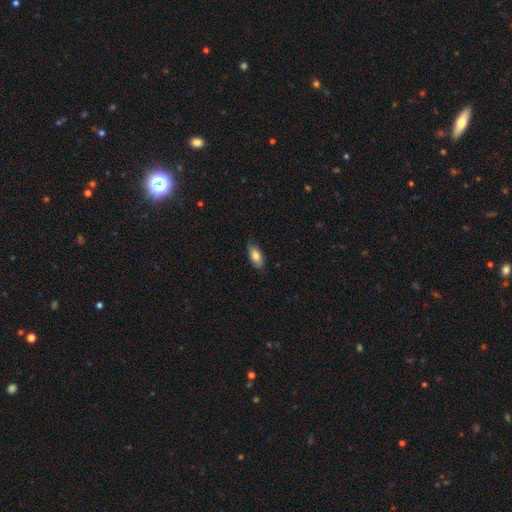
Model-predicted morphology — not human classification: The model was most divided on "merging": none: 80%, minor disturbance: 16%, major disturbance: 3%, merger: 1%. More confident: how rounded — in between (86%); smooth or featured — smooth (80%).